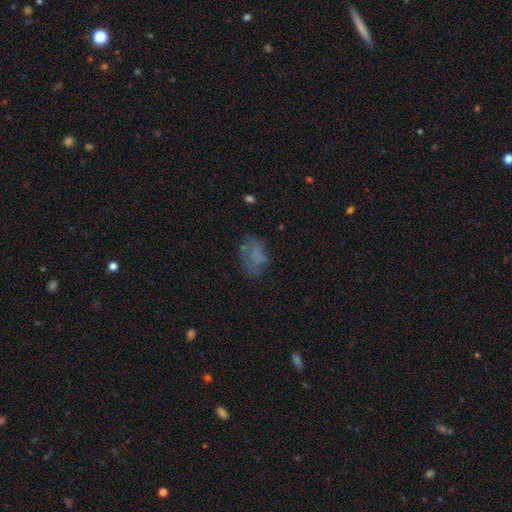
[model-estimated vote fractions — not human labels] Smooth or featured?
  - smooth: 58% *
  - featured or disk: 27%
  - star or artifact: 14%
How rounded?
  - in between: 84% *
  - round: 14%
  - cigar-shaped: 2%
Merging?
  - none: 54% *
  - minor disturbance: 24%
  - major disturbance: 19%
  - merger: 3%